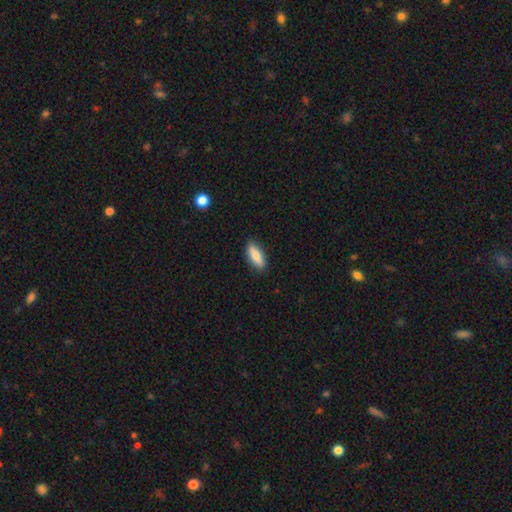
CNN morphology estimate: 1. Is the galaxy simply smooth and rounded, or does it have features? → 74% smooth, 19% featured or disk, 6% star or artifact.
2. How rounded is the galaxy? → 65% in between, 33% cigar-shaped, 3% round.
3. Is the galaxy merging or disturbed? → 86% none, 11% minor disturbance, 2% major disturbance, 1% merger.